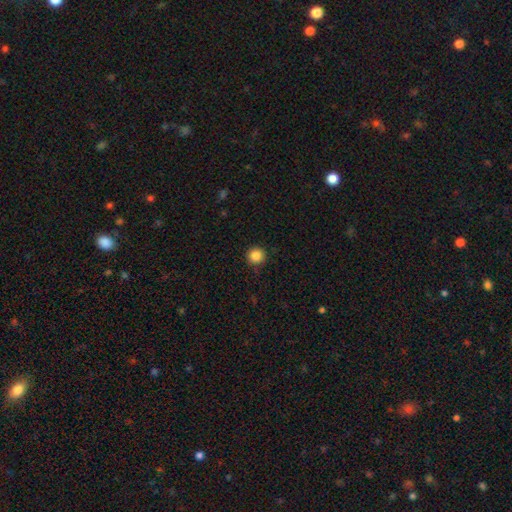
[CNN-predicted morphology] A smooth galaxy with no disk features (86%) that is round (95%). Merging: none (91%).